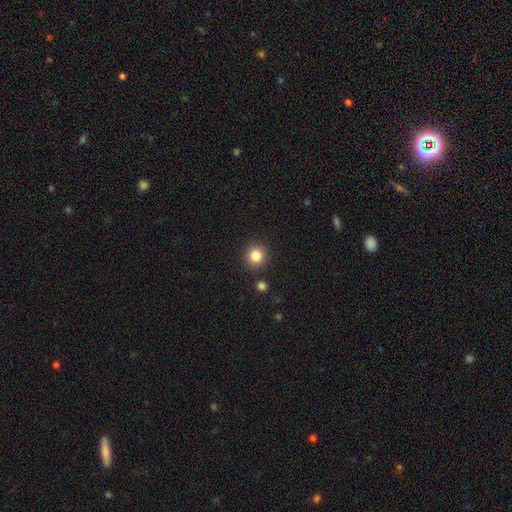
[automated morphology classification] smooth-or-featured: smooth: 84% | star or artifact: 11% | featured or disk: 5%
  how-rounded: round: 92% | in between: 7% | cigar-shaped: 1%
  merging: none: 89% | minor disturbance: 6% | merger: 3% | major disturbance: 2%